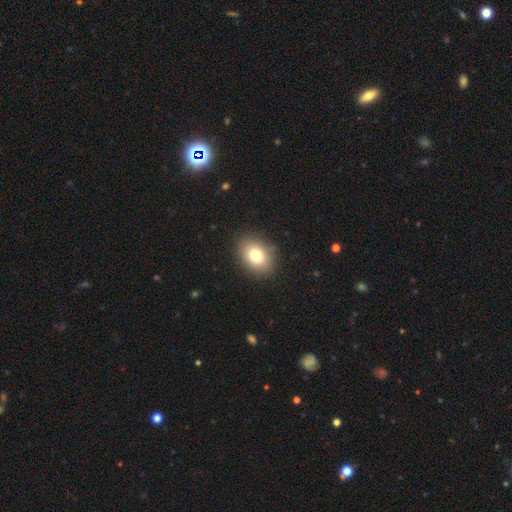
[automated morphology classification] Q: Smooth or featured?
A: smooth (79%); runner-up: featured or disk (11%)
Q: How rounded?
A: in between (71%); runner-up: round (28%)
Q: Merging?
A: none (88%); runner-up: minor disturbance (9%)